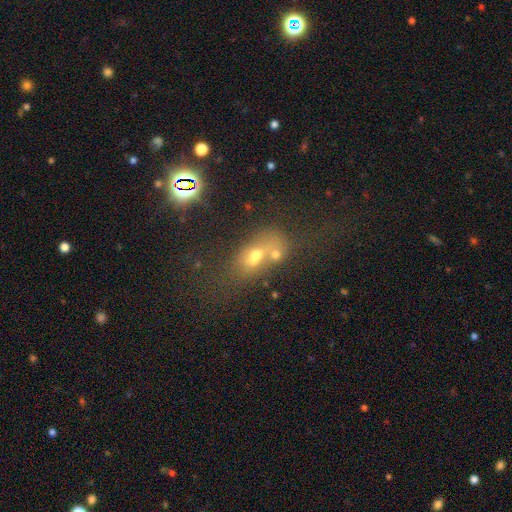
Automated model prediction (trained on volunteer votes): A smooth galaxy with no disk features (49%). Merging: merger (53%).